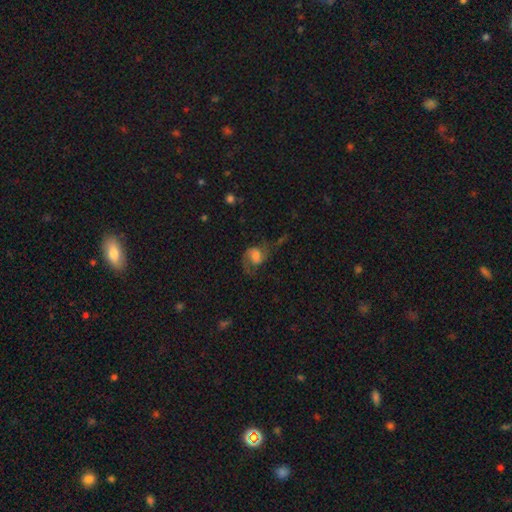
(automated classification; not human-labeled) smooth-or-featured: featured or disk: 73% | smooth: 18% | star or artifact: 8%
  disk-edge-on: no: 98% | yes: 2%
    bar: no: 52% | weak: 40% | strong: 8%
    has-spiral-arms: yes: 94% | no: 6%
      spiral-winding: medium: 44% (tied) | loose: 44% (tied) | tight: 12%
      spiral-arm-count: 2: 84% | 1: 10% | can't tell: 3% | 3: 1% | 4: 1% | more than 4: 1%
    bulge-size: moderate: 43% | small: 26% | large: 19% | none: 10% | dominant: 3%
  merging: none: 54% | major disturbance: 25% | minor disturbance: 19% | merger: 3%